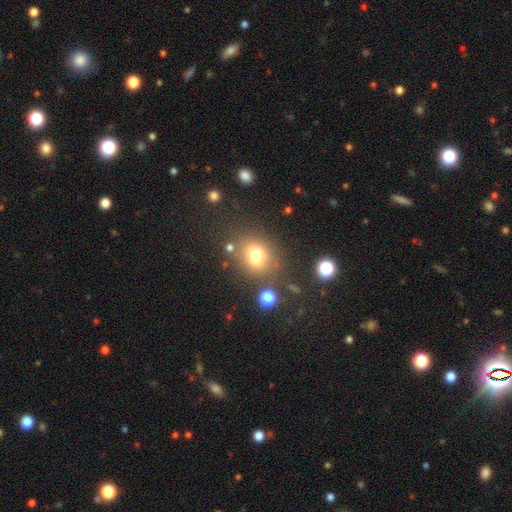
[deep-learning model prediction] Q: Smooth or featured?
A: smooth (68%); runner-up: star or artifact (17%)
Q: How rounded?
A: round (53%); runner-up: in between (46%)
Q: Merging?
A: none (61%); runner-up: merger (16%)